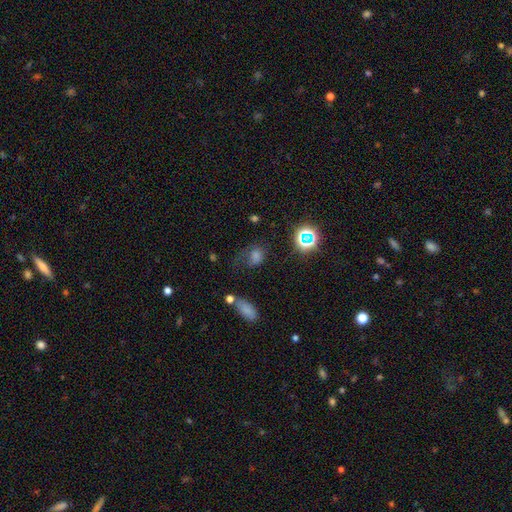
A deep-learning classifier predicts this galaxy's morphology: The model was most divided on "how rounded": in between: 56%, round: 42%, cigar-shaped: 2%. Remaining: smooth or featured — smooth (59%); merging — none (43%).